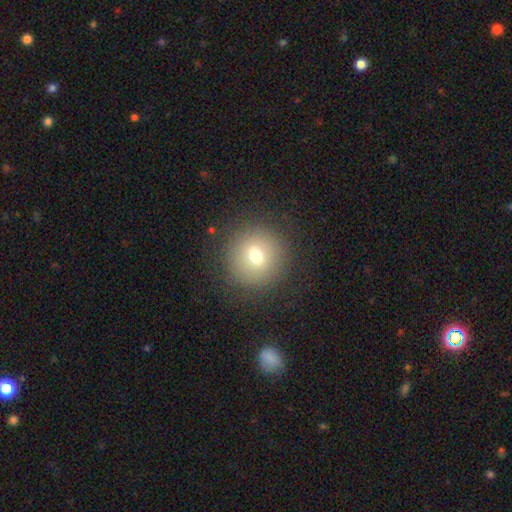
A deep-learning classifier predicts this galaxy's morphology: The model was most divided on "smooth or featured": smooth: 71%, star or artifact: 15%, featured or disk: 14%. More confident: how rounded — round (94%); merging — none (86%).